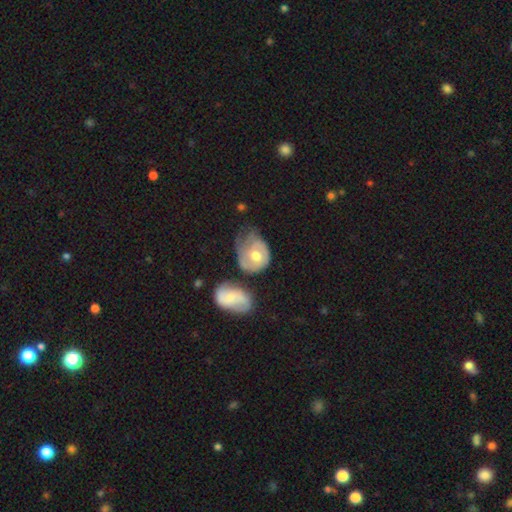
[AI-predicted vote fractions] This appears to be a featured or disk galaxy (52%). Merging: minor disturbance (28%, tied with none and major disturbance).